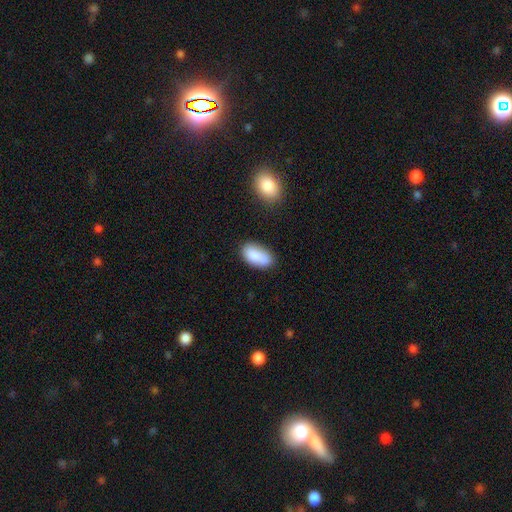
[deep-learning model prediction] This is clearly a smooth galaxy (85%). How rounded: clearly in between (93%). Merging: likely none (69%).